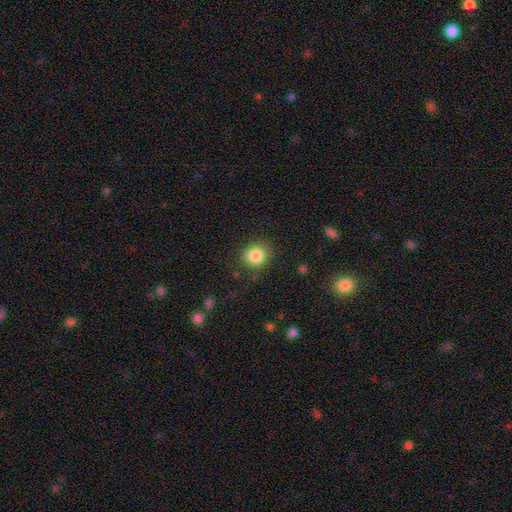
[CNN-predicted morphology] smooth_or_featured: smooth (p=0.85) [alt: star or artifact p=0.10]
how_rounded: round (p=0.77) [alt: in between p=0.22]
merging: none (p=0.79) [alt: minor disturbance p=0.15]